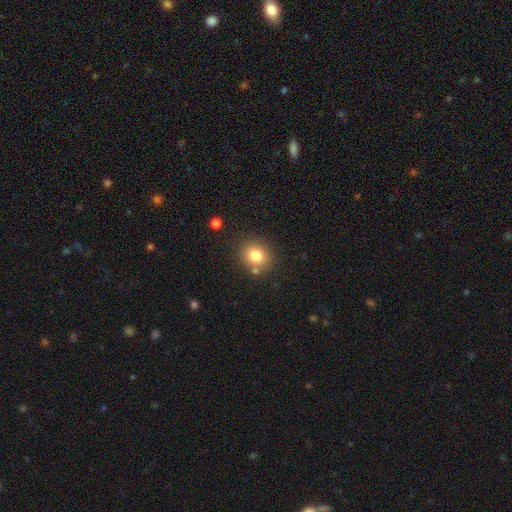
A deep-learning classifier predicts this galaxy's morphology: The model was most divided on "how rounded": round: 78%, in between: 21%, cigar-shaped: 1%. More confident: smooth or featured — smooth (80%); merging — none (78%).